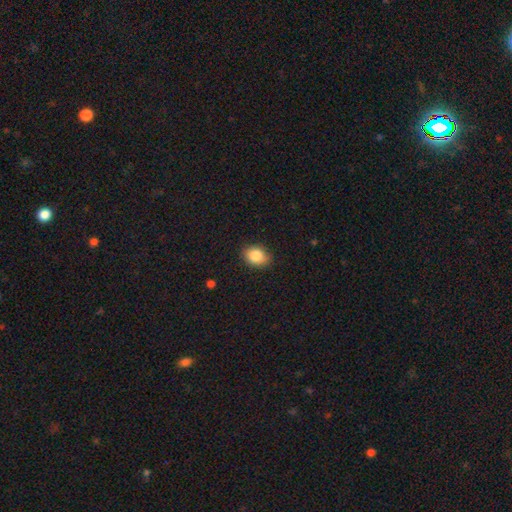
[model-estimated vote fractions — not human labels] This is clearly a smooth galaxy (86%). How rounded: likely in between (65%). Merging: clearly none (84%).